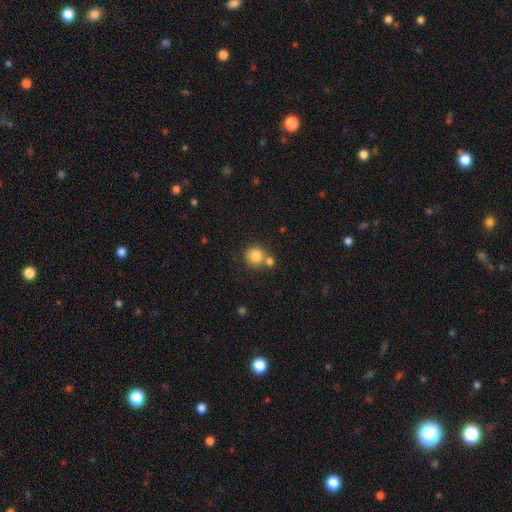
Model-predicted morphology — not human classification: Overall: smooth (83%). How rounded: round (91%). Merging: none (60%; merger 29%).